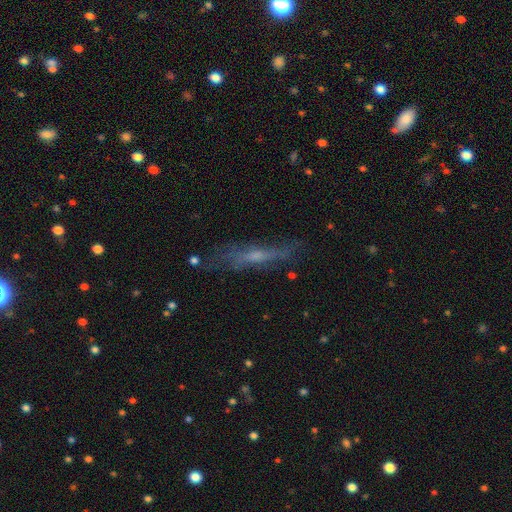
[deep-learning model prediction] This appears to be a featured or disk galaxy (55%) viewed edge-on (76%). Merging: none (68%).